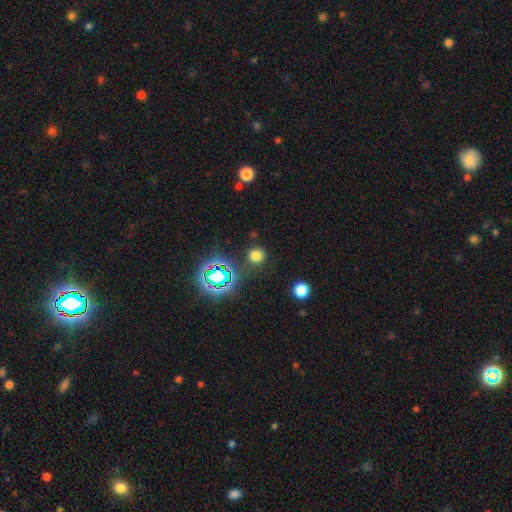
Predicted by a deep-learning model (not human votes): The model was most divided on "smooth or featured": smooth: 69%, star or artifact: 25%, featured or disk: 6%. More confident: how rounded — round (88%); merging — none (83%).